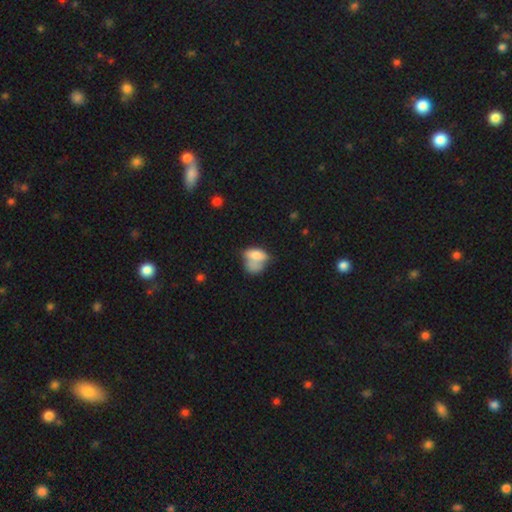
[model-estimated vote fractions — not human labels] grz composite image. It shows a smooth galaxy with no disk features (71%) that is in between round and cigar-shaped (80%). Merging: merger (48%).